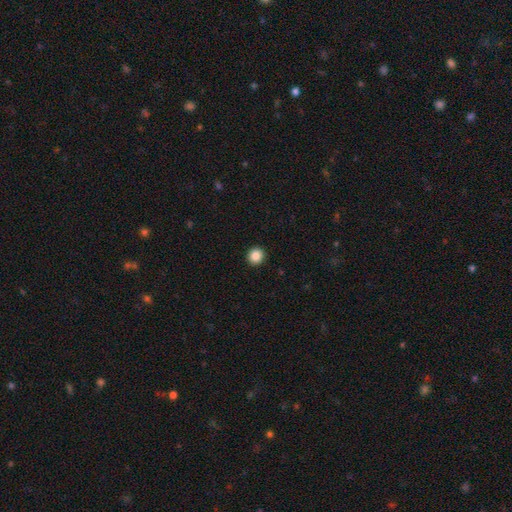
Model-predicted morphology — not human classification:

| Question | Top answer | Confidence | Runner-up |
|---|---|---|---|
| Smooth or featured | smooth | 86% | star or artifact (10%) |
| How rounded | round | 90% | in between (9%) |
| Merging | none | 93% | minor disturbance (4%) |